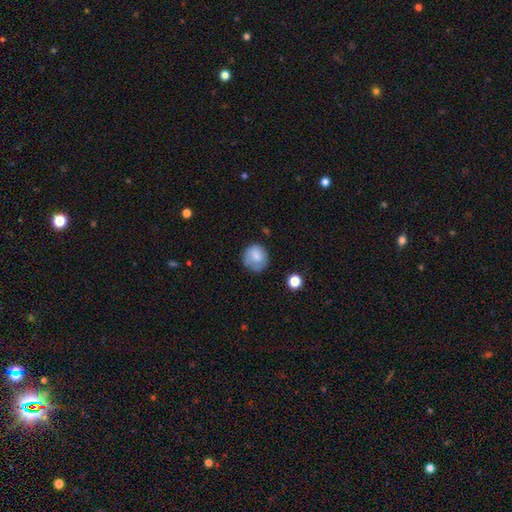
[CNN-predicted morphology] Overall: smooth (74%). How rounded: round (83%). Merging: none (62%; minor disturbance 25%).